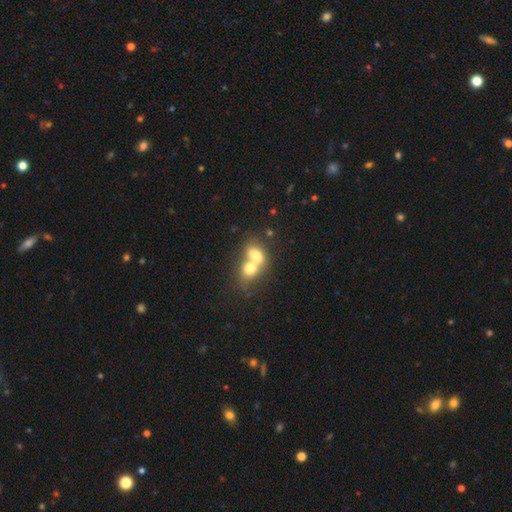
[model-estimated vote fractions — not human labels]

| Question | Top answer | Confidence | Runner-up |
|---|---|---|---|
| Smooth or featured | smooth | 71% | featured or disk (20%) |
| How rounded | in between | 64% | round (34%) |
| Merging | merger | 77% | none (15%) |